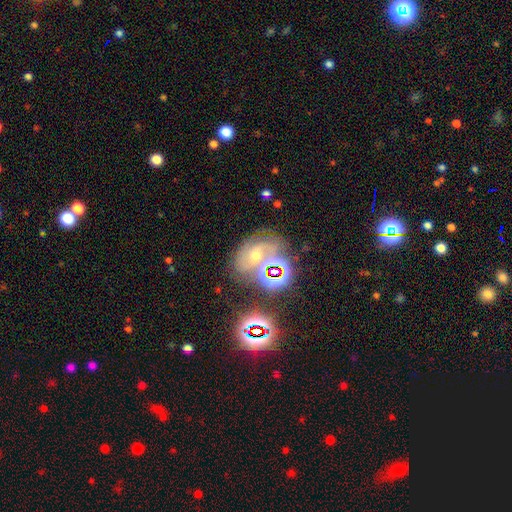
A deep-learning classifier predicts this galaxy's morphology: smooth_or_featured: featured or disk (p=0.50) [alt: star or artifact p=0.33]
merging: none (p=0.49) [alt: merger p=0.20]